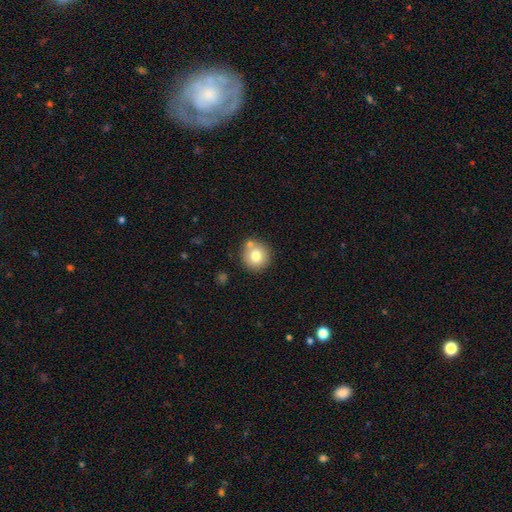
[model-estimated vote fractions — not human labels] smooth_or_featured: smooth (p=0.76) [alt: featured or disk p=0.14]
how_rounded: round (p=0.90) [alt: in between p=0.09]
merging: none (p=0.72) [alt: merger p=0.14]